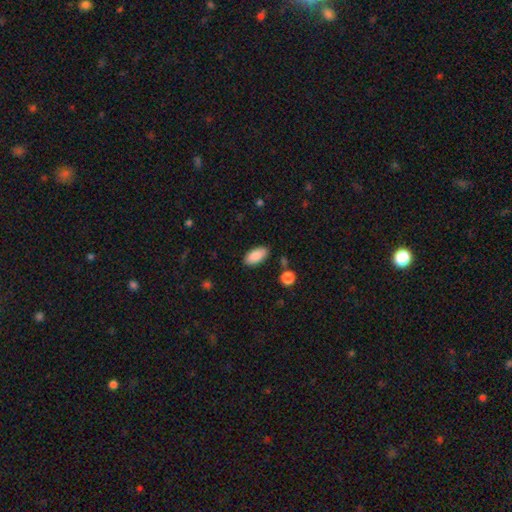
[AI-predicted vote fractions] Smooth or featured? smooth (88%)
How rounded? in between (91%)
Merging? none (85%)